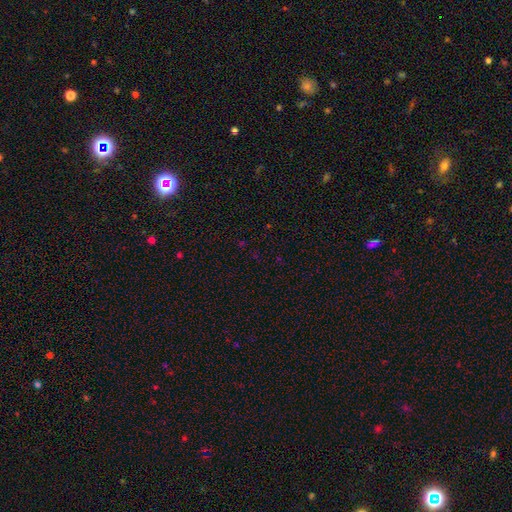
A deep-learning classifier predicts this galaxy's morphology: Smooth or featured? Predicted: star or artifact (p=0.66).